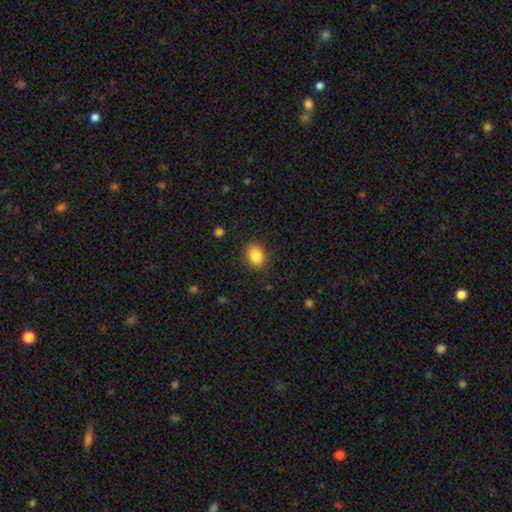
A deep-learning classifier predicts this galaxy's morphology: Smooth or featured: smooth — 86% (star or artifact — 9%)
How rounded: in between — 61% (round — 38%)
Merging: none — 86% (minor disturbance — 10%)